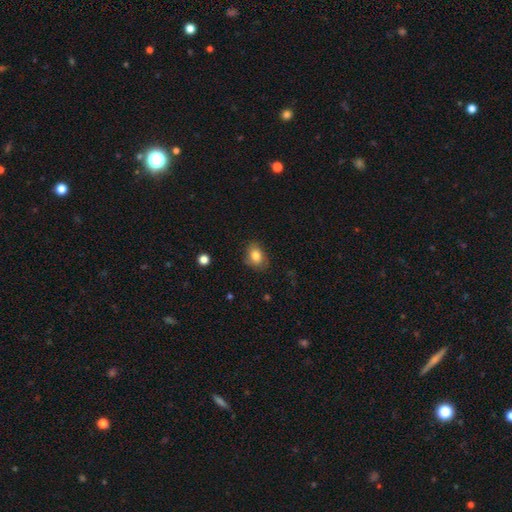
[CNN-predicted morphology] smooth-or-featured: smooth: 81% | featured or disk: 10% | star or artifact: 9%
  how-rounded: in between: 65% | round: 34% | cigar-shaped: 1%
  merging: none: 76% | minor disturbance: 19% | major disturbance: 4% | merger: 1%